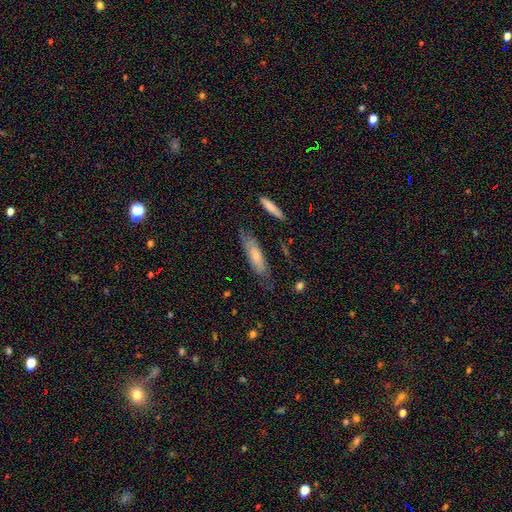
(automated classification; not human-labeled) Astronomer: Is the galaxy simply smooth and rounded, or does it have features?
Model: smooth — 58% (runner-up: featured or disk, 35%).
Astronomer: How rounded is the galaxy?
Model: cigar-shaped — 59% (runner-up: in between, 39%).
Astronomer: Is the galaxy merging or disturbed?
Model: none — 67%.